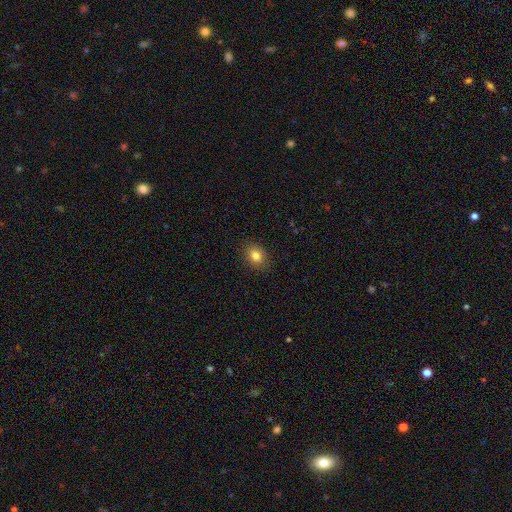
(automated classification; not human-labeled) Morphology: type=smooth (82%); roundness=in between (62%); merging=none (87%).